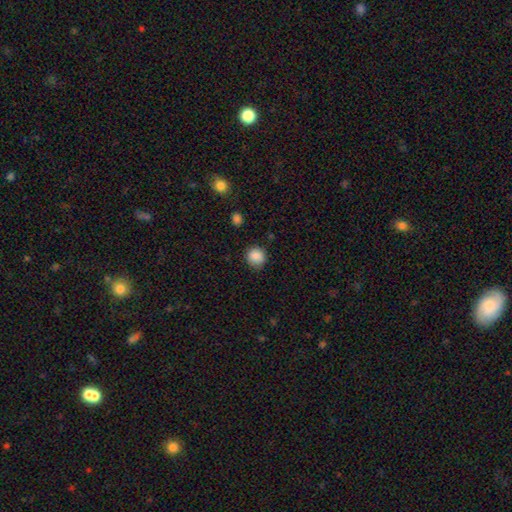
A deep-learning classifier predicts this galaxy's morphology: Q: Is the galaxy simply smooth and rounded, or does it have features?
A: smooth — 87%.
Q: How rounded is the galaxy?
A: round — 87%.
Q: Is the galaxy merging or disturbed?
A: none — 82%.